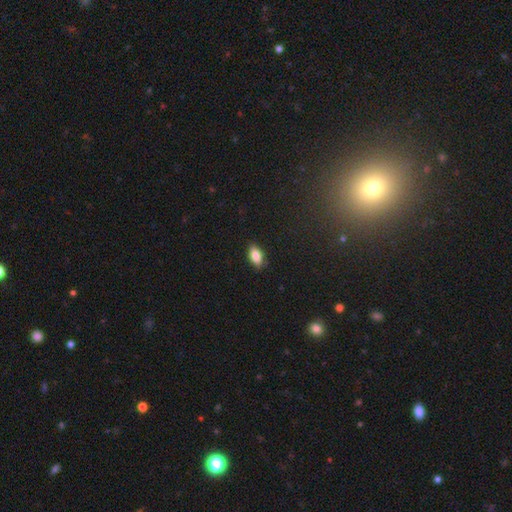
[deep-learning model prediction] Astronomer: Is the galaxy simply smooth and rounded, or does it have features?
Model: smooth — 82%.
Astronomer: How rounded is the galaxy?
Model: in between — 88%.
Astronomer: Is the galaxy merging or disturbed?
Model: none — 87%.